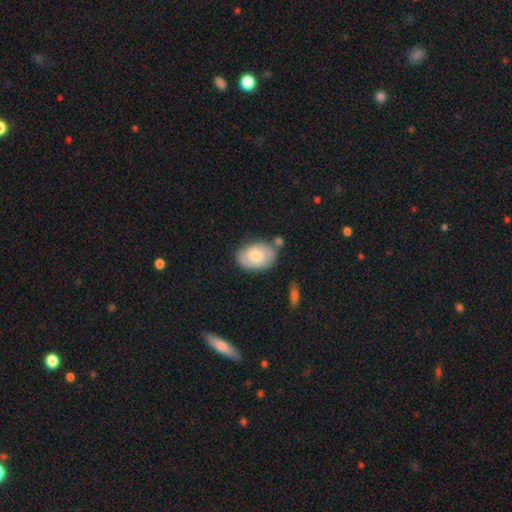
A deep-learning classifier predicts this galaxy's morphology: Overall: smooth (59%; featured or disk 35%). How rounded: in between (84%). Merging: none (66%).